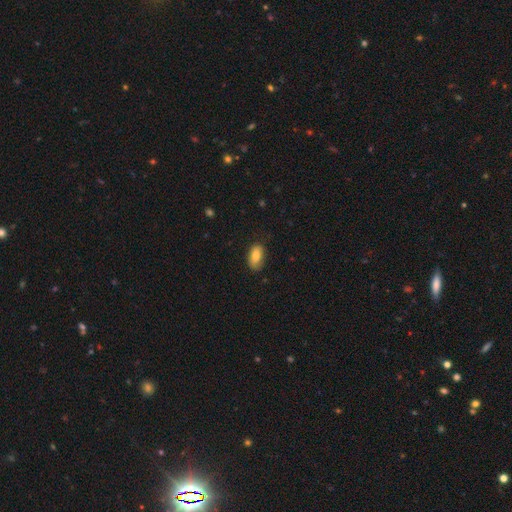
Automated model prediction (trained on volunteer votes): smooth-or-featured: smooth: 83% | featured or disk: 10% | star or artifact: 7%
  how-rounded: in between: 91% | cigar-shaped: 5% | round: 4%
  merging: none: 74% | minor disturbance: 21% | major disturbance: 4% | merger: 1%